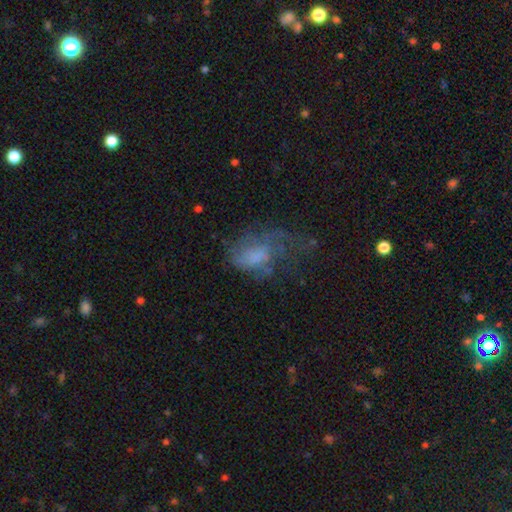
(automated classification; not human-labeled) This is marginally a featured or disk galaxy (44%). Merging: possibly major disturbance (48%).